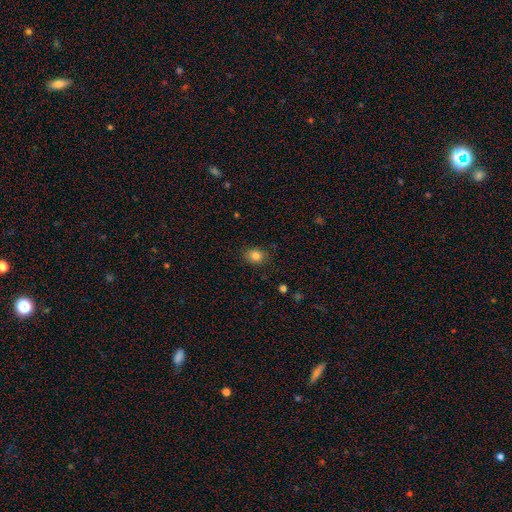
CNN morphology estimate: Q: Smooth or featured?
A: smooth (83%); runner-up: star or artifact (11%)
Q: How rounded?
A: in between (50%); runner-up: round (49%)
Q: Merging?
A: none (86%); runner-up: minor disturbance (10%)